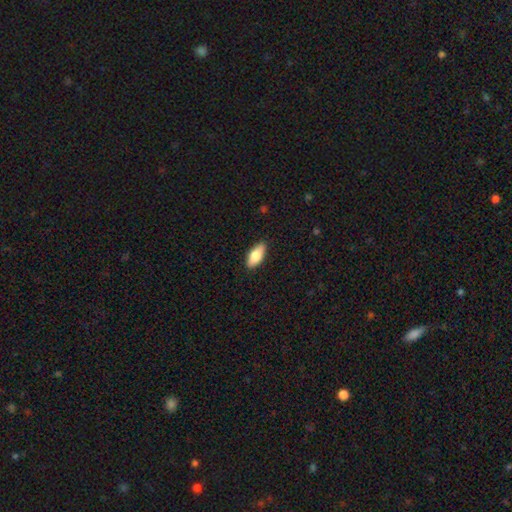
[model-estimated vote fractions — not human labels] Smooth or featured?
  - smooth: 77% *
  - featured or disk: 17%
  - star or artifact: 6%
How rounded?
  - in between: 87% *
  - cigar-shaped: 11%
  - round: 3%
Merging?
  - none: 87% *
  - minor disturbance: 10%
  - major disturbance: 2%
  - merger: 1%